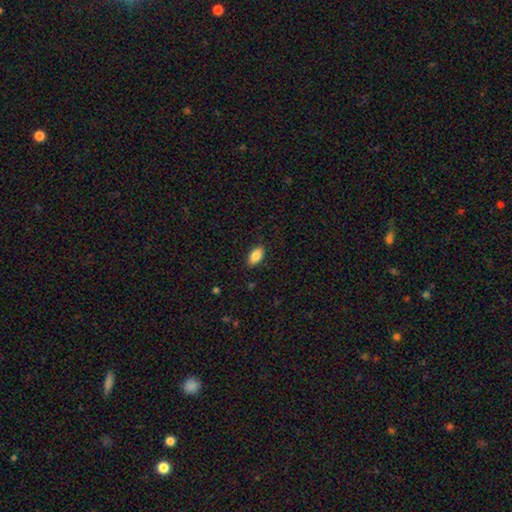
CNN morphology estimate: Overall: smooth (85%). How rounded: in between (92%). Merging: none (87%).